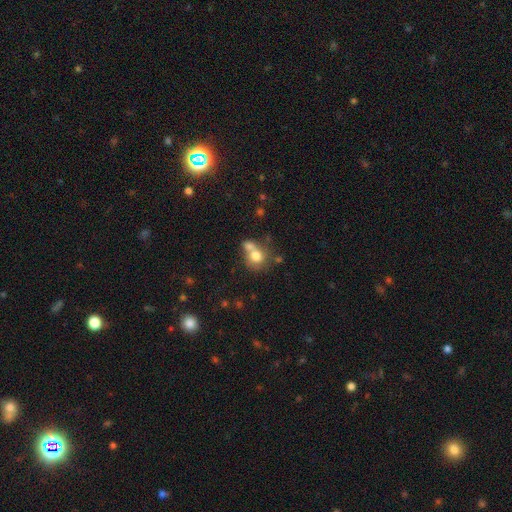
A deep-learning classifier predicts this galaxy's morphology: smooth-or-featured: smooth: 73% | featured or disk: 16% | star or artifact: 10%
  how-rounded: round: 72% | in between: 27% | cigar-shaped: 1%
  merging: merger: 54% | none: 30% | minor disturbance: 10% | major disturbance: 6%